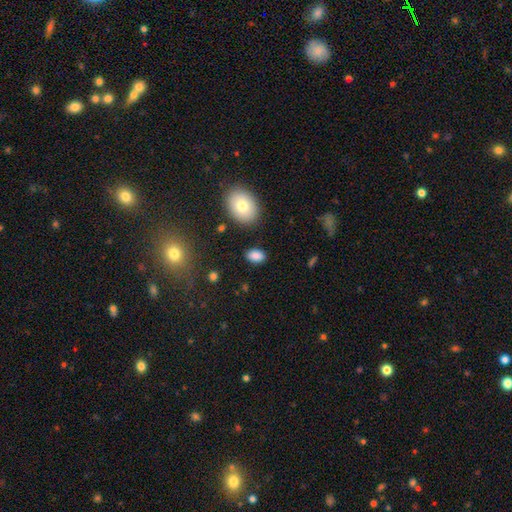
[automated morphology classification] smooth-or-featured: smooth: 85% | star or artifact: 9% | featured or disk: 5%
  how-rounded: in between: 88% | round: 10% | cigar-shaped: 2%
  merging: none: 85% | minor disturbance: 10% | major disturbance: 3% | merger: 2%